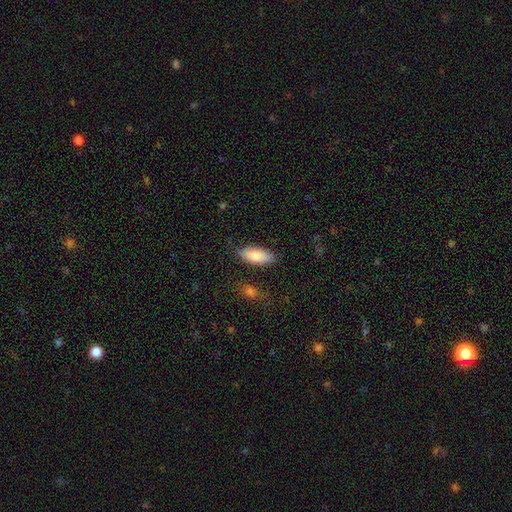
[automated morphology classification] Smooth or featured? smooth (83%)
How rounded? in between (84%)
Merging? none (78%)